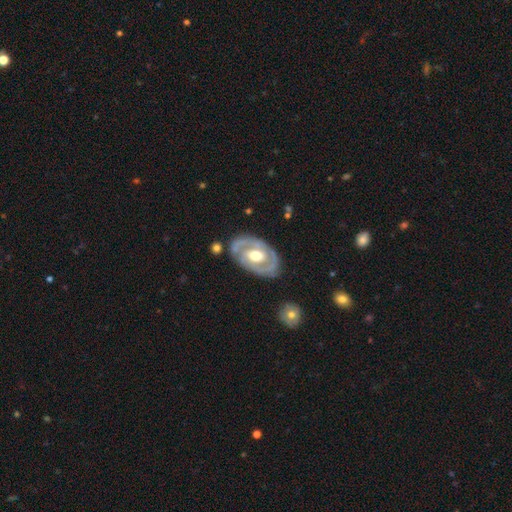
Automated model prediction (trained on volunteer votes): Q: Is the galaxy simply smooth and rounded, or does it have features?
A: featured or disk — 82%.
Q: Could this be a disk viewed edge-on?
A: no — 96%.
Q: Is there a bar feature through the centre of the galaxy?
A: no — 45%.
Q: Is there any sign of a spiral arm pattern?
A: yes — 79%.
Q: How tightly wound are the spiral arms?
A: tight — 51%.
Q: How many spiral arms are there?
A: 2 — 82%.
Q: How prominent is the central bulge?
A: moderate — 71%.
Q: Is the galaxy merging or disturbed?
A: none — 81%.